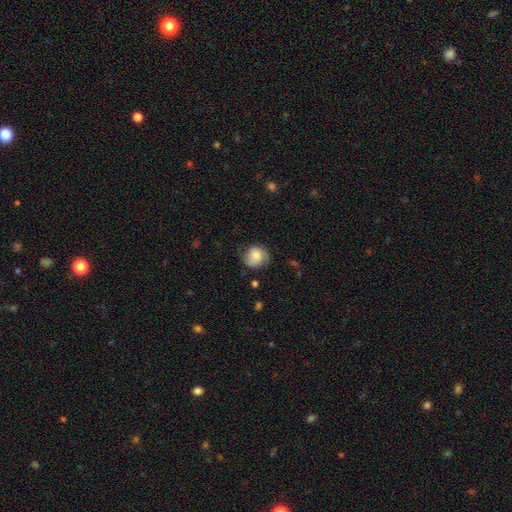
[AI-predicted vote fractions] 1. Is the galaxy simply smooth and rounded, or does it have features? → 75% smooth, 17% featured or disk, 8% star or artifact.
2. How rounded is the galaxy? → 81% round, 18% in between, 1% cigar-shaped.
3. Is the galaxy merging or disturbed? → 65% none, 26% minor disturbance, 8% major disturbance, 1% merger.